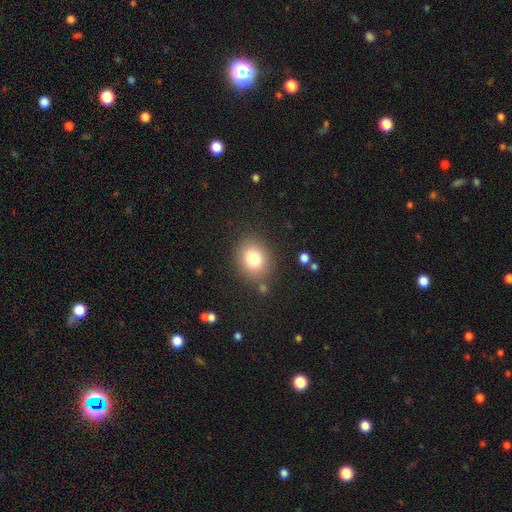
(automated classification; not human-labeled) smooth_or_featured: smooth (p=0.77) [alt: star or artifact p=0.16]
how_rounded: round (p=0.66) [alt: in between p=0.33]
merging: none (p=0.86) [alt: minor disturbance p=0.09]